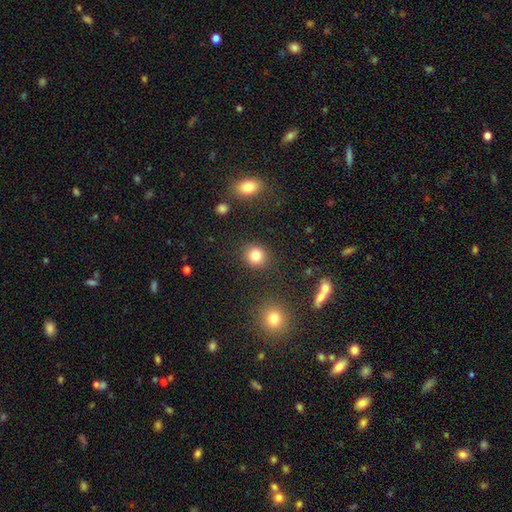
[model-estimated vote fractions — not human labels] Morphology: type=smooth (84%); roundness=round (83%); merging=none (87%).